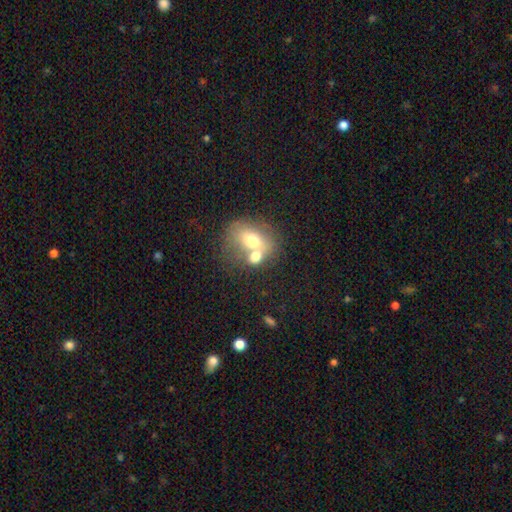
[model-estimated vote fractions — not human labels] Smooth or featured? smooth (64%)
How rounded? in between (58%)
Merging? merger (57%)